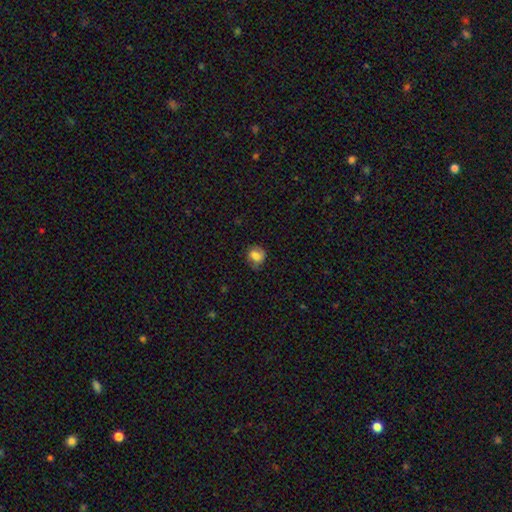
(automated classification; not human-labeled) This appears to be a smooth galaxy with no disk features (77%) that is round (67%). Merging: none (68%).